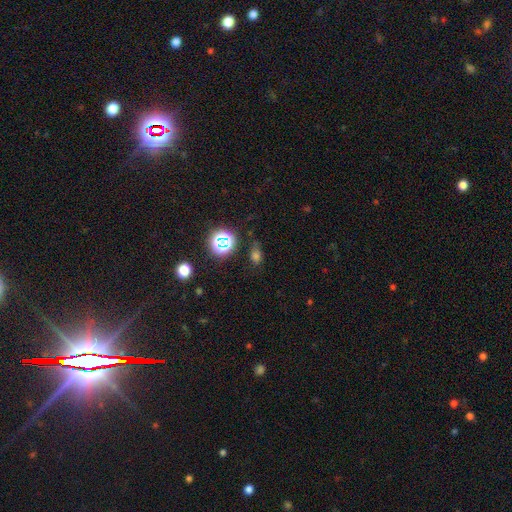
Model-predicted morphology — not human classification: smooth 57%, star or artifact 35%, featured or disk 9%. Down the decision tree: how rounded — in between (63%); merging — none (66%).